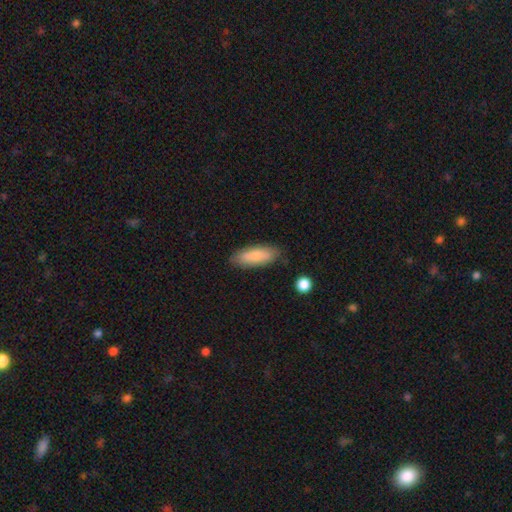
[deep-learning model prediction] Overall: smooth (78%). How rounded: in between (69%). Merging: none (81%).